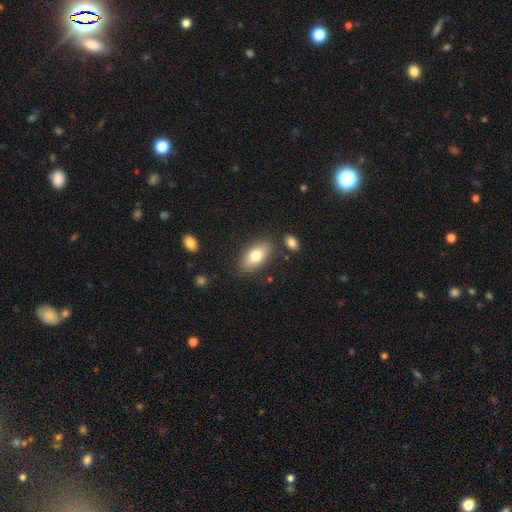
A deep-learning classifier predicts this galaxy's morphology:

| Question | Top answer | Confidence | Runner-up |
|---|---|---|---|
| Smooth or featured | smooth | 78% | featured or disk (15%) |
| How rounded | in between | 91% | round (5%) |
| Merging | none | 82% | minor disturbance (11%) |